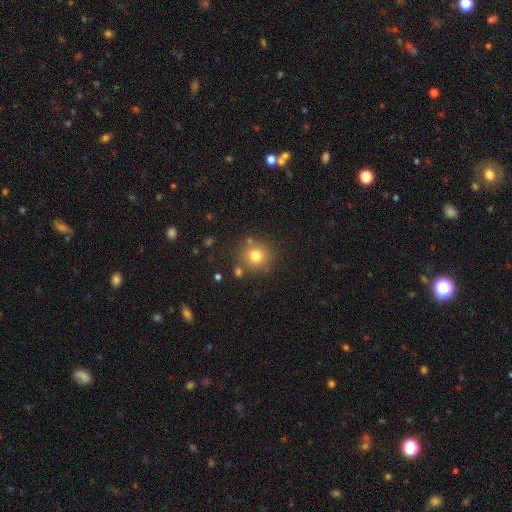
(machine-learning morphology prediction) This is likely a smooth galaxy (76%). How rounded: clearly round (91%). Merging: clearly none (80%).